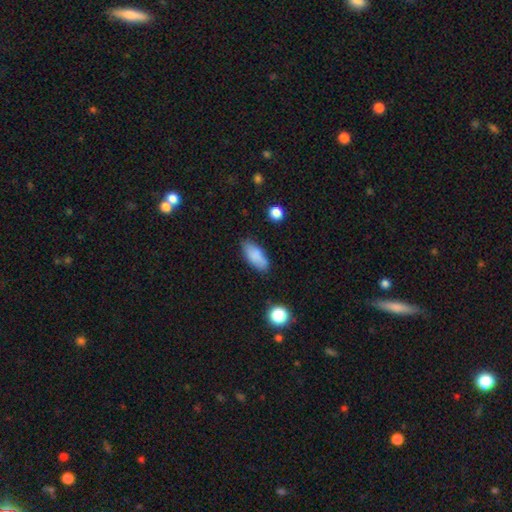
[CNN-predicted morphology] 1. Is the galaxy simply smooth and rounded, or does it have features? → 85% smooth, 8% star or artifact, 7% featured or disk.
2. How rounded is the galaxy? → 84% in between, 13% cigar-shaped, 3% round.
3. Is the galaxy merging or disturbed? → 78% none, 16% minor disturbance, 4% major disturbance, 2% merger.